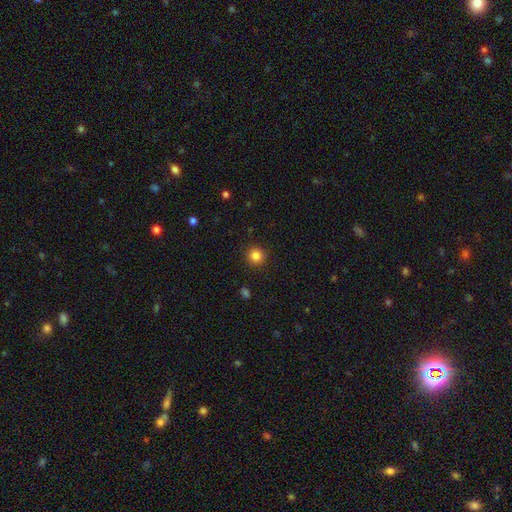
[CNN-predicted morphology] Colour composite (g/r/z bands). It shows a smooth galaxy with no disk features (85%) that is round (94%). Merging: none (92%).